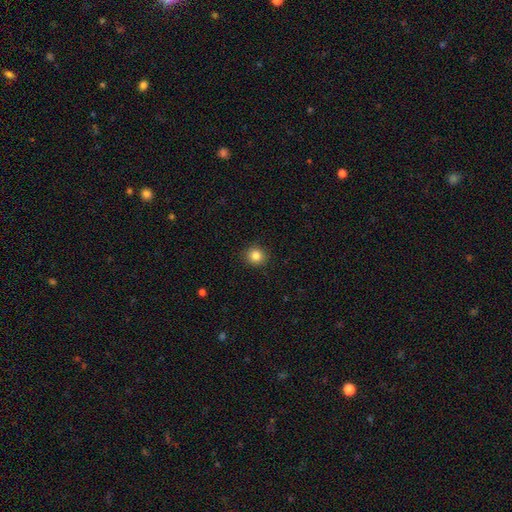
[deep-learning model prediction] Smooth or featured? smooth (83%)
How rounded? round (89%)
Merging? none (91%)